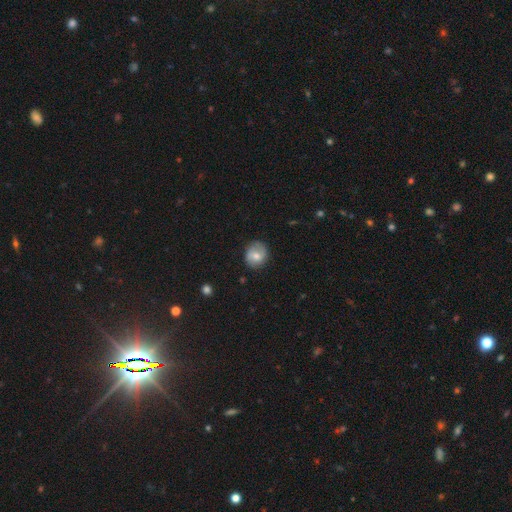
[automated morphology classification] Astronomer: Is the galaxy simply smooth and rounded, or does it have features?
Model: smooth — 65%.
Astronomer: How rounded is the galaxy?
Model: round — 71%.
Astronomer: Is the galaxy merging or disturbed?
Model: none — 77%.